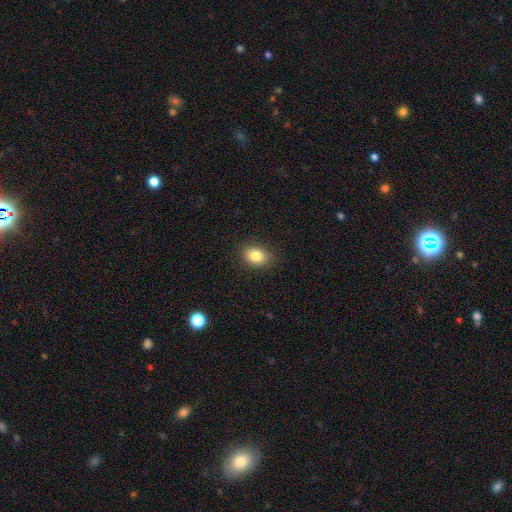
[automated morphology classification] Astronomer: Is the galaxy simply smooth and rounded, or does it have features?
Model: smooth — 83%.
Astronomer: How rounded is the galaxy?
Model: in between — 75%.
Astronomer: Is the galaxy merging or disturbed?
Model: none — 87%.